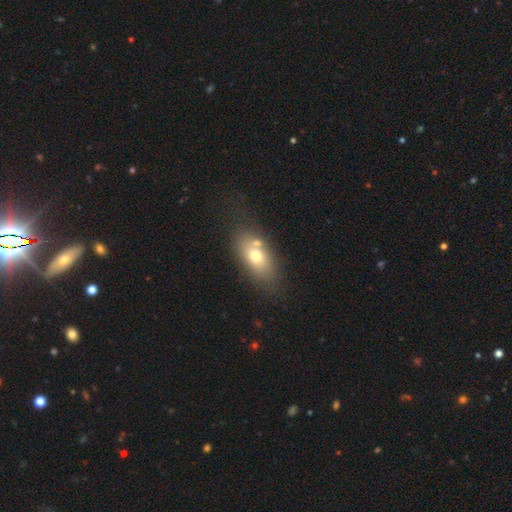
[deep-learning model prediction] smooth-or-featured: smooth: 67% | featured or disk: 22% | star or artifact: 10%
  how-rounded: in between: 83% | round: 12% | cigar-shaped: 5%
  merging: none: 59% | merger: 21% | minor disturbance: 15% | major disturbance: 6%